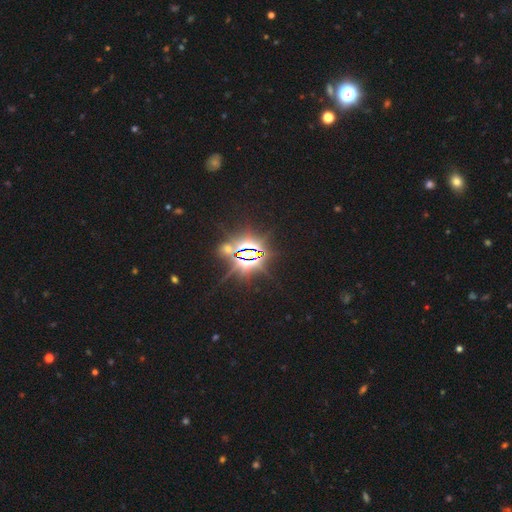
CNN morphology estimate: The model was most divided on "smooth or featured": star or artifact: 85%, smooth: 7%, featured or disk: 7%.